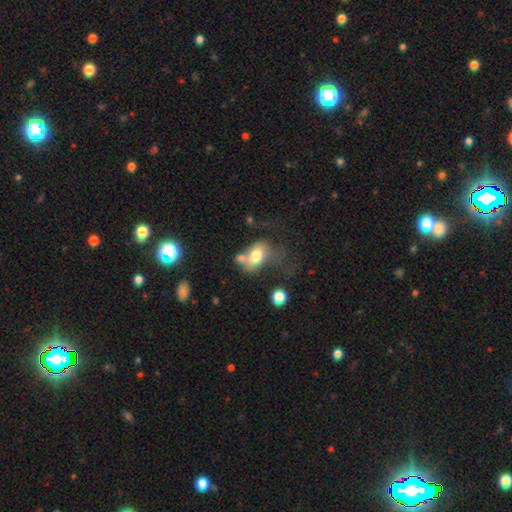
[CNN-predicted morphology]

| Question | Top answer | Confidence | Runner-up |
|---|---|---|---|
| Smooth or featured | smooth | 71% | featured or disk (20%) |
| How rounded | in between | 79% | round (19%) |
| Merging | merger | 35% | major disturbance (24%) |